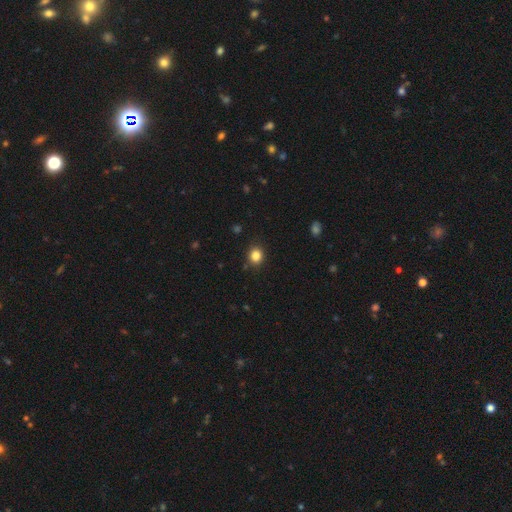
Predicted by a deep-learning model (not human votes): This is clearly a smooth galaxy (85%). How rounded: likely round (75%). Merging: clearly none (88%).